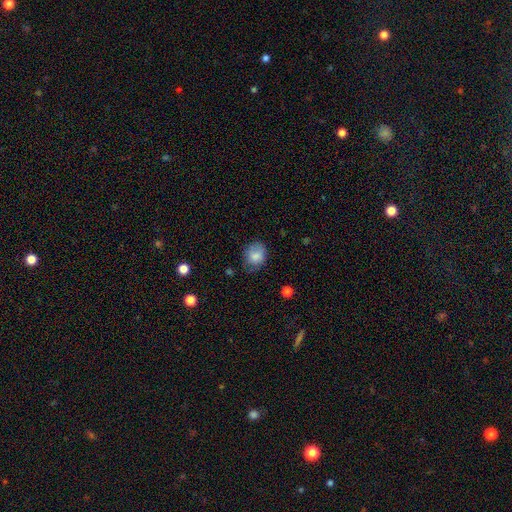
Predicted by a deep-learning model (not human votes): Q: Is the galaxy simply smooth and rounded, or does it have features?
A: smooth — 78%.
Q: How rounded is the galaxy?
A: round — 52%.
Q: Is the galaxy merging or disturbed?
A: none — 61%.